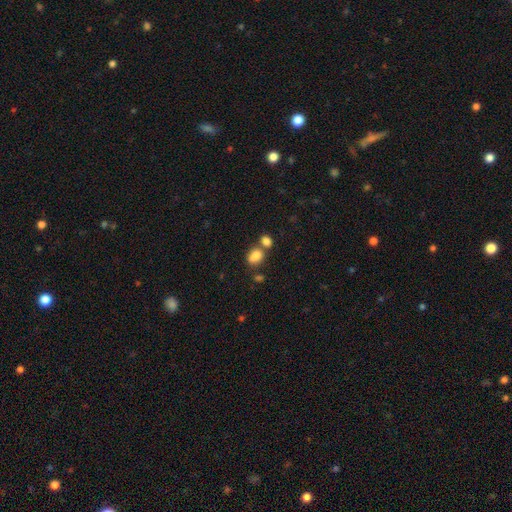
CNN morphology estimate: Smooth or featured? Predicted: smooth (p=0.84). How rounded? Predicted: in between (p=0.72). Merging? Predicted: none (p=0.44).